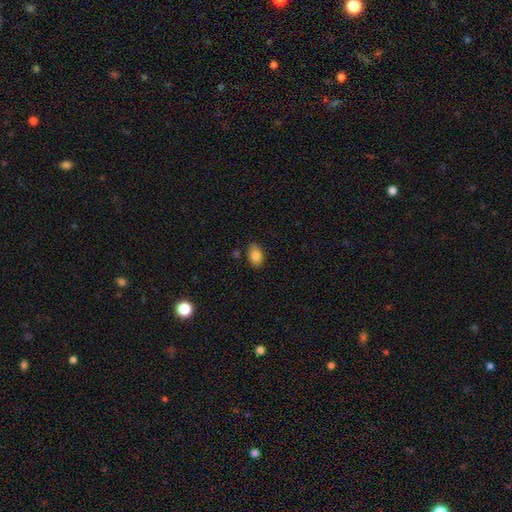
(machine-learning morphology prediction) Smooth or featured? smooth (85%)
How rounded? in between (85%)
Merging? none (81%)